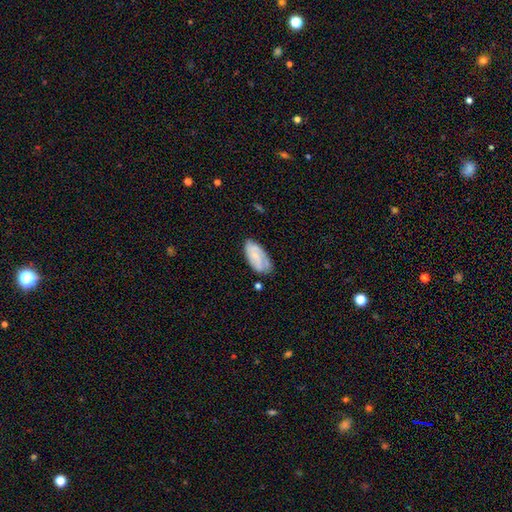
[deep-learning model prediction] This is possibly a featured or disk galaxy (50%). It is clearly not viewed edge-on (93%). Merging: likely none (65%).